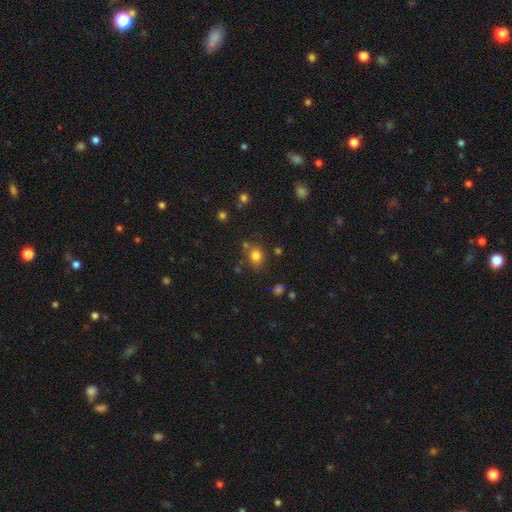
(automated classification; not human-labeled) Overall: smooth (79%). How rounded: round (66%; in between 33%). Merging: none (73%).